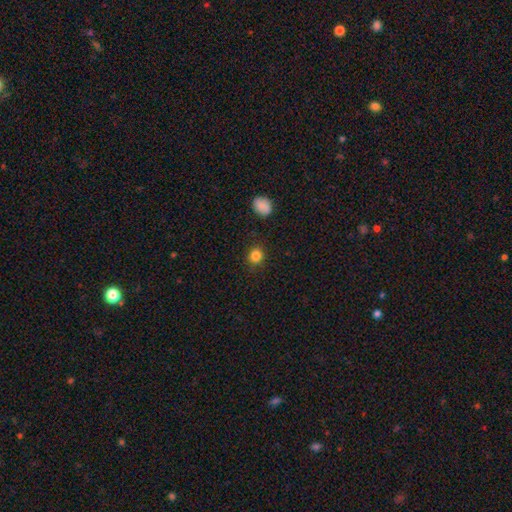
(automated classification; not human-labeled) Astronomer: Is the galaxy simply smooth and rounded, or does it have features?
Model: smooth — 84%.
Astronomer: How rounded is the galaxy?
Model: round — 85%.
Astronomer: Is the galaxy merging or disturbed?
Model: none — 88%.